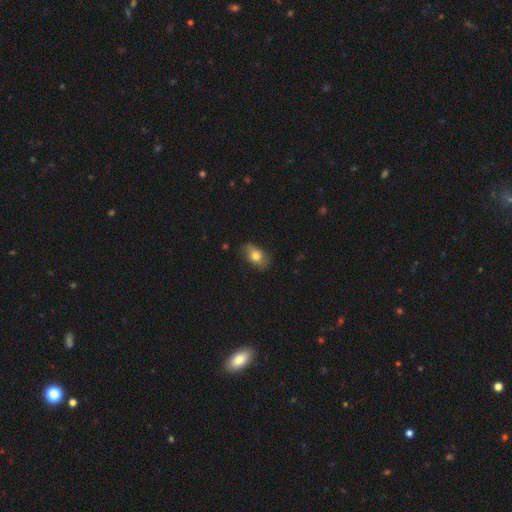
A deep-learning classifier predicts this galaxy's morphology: Overall: smooth (72%). How rounded: in between (83%). Merging: none (72%).